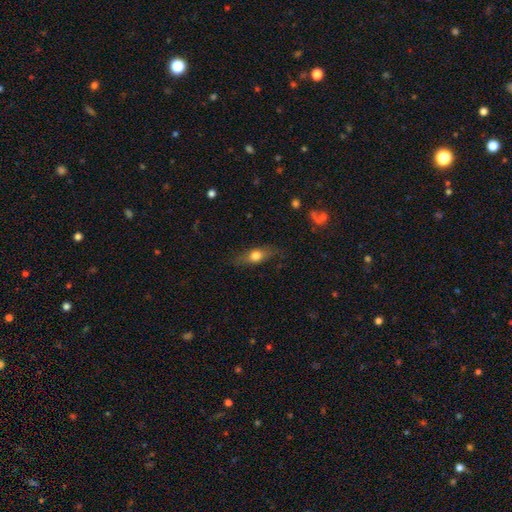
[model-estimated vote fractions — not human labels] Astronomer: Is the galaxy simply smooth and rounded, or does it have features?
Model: smooth — 63%.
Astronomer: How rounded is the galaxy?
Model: in between — 61%.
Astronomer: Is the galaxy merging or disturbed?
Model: none — 77%.